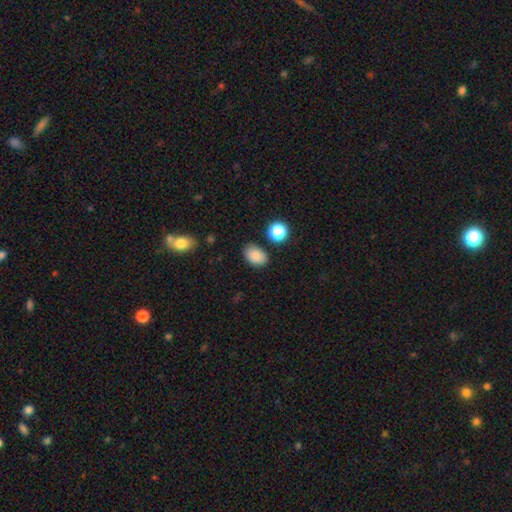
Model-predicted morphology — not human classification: Smooth or featured?
  - smooth: 85% *
  - star or artifact: 10%
  - featured or disk: 5%
How rounded?
  - in between: 83% *
  - round: 15%
  - cigar-shaped: 1%
Merging?
  - none: 81% *
  - minor disturbance: 12%
  - merger: 3%
  - major disturbance: 3%